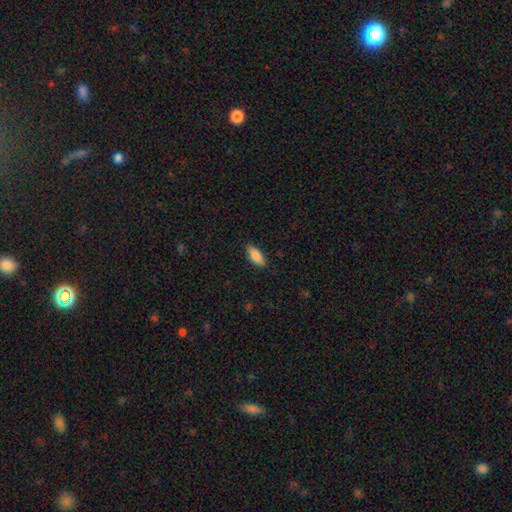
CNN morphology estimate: Smooth or featured: smooth — 86% (featured or disk — 7%)
How rounded: in between — 79% (cigar-shaped — 19%)
Merging: none — 86% (minor disturbance — 10%)